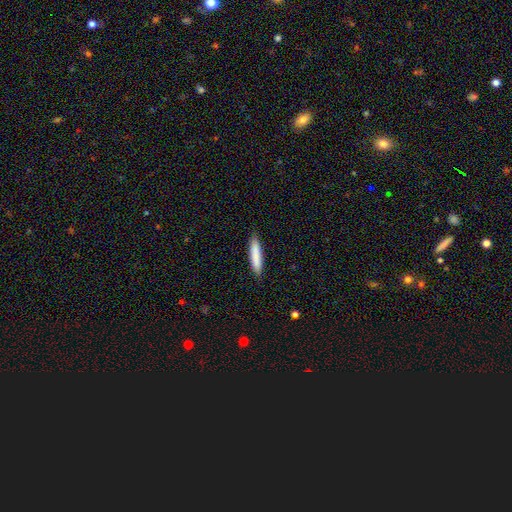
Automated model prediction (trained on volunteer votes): Overall: smooth (83%). How rounded: cigar-shaped (85%). Merging: none (87%).